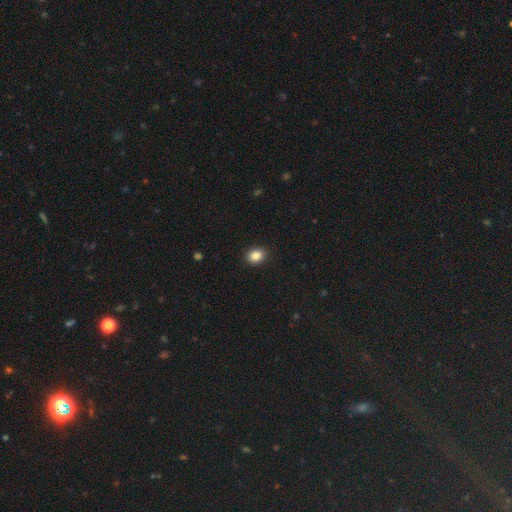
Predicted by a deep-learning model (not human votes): This is clearly a smooth galaxy (86%). How rounded: possibly in between (53%). Merging: clearly none (91%).